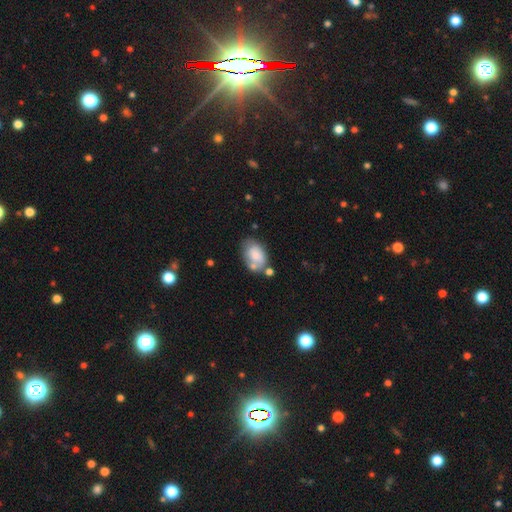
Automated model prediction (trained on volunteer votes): Smooth or featured?
  - smooth: 69% *
  - featured or disk: 23%
  - star or artifact: 8%
How rounded?
  - in between: 86% *
  - round: 13%
  - cigar-shaped: 1%
Merging?
  - none: 46% *
  - minor disturbance: 24%
  - merger: 21%
  - major disturbance: 9%